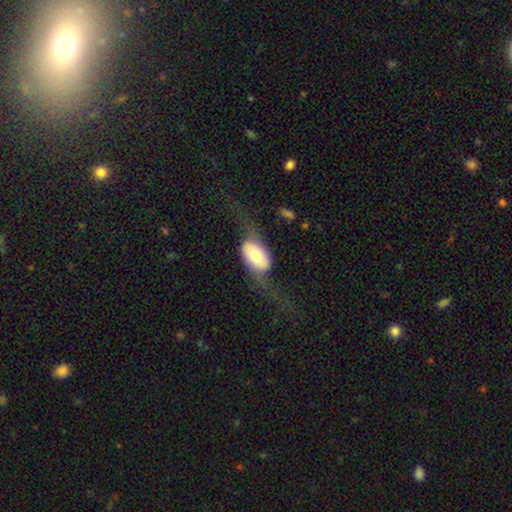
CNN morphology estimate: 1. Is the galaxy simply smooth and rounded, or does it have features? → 55% featured or disk, 39% smooth, 6% star or artifact.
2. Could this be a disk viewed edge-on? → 83% no, 17% yes.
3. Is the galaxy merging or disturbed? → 40% major disturbance, 39% none, 18% minor disturbance, 3% merger.